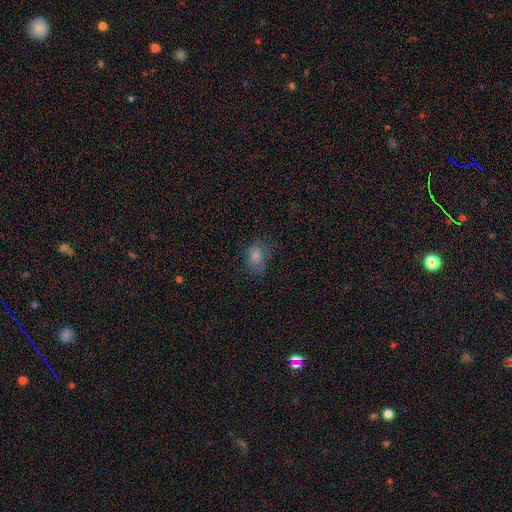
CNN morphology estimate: This appears to be a smooth galaxy with no disk features (69%) that is in between round and cigar-shaped (61%). Merging: none (60%).